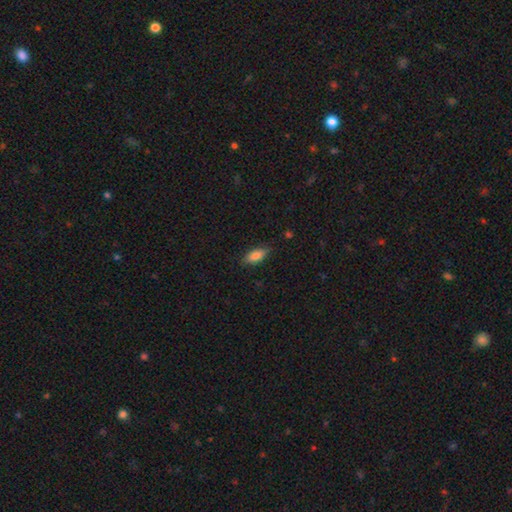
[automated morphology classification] type=smooth (83%); roundness=in between (79%); merging=none (83%).